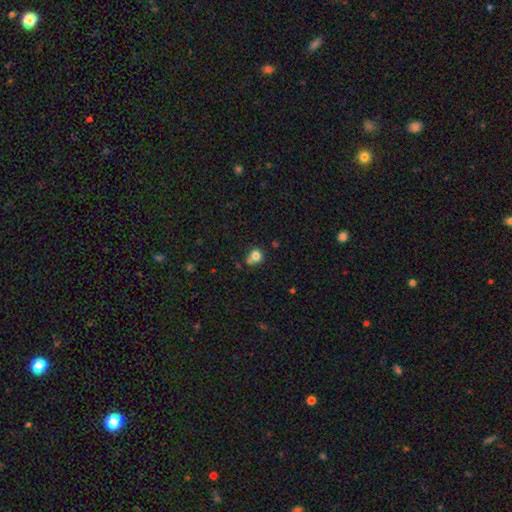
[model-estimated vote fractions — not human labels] This is likely a smooth galaxy (79%). How rounded: likely round (77%). Merging: possibly none (51%).